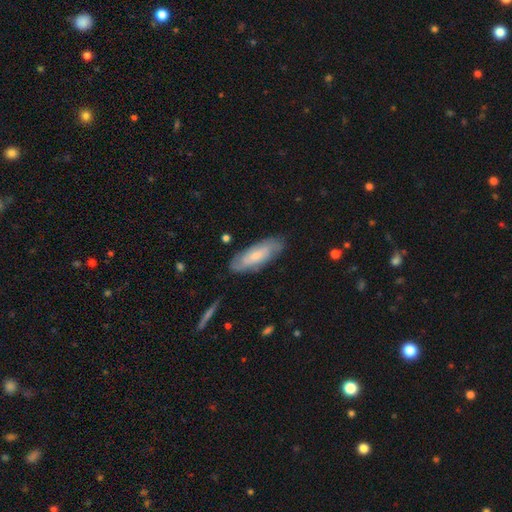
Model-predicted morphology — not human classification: The model was most divided on "smooth or featured": smooth: 54%, featured or disk: 40%, star or artifact: 6%. More confident: merging — none (80%); how rounded — in between (62%).